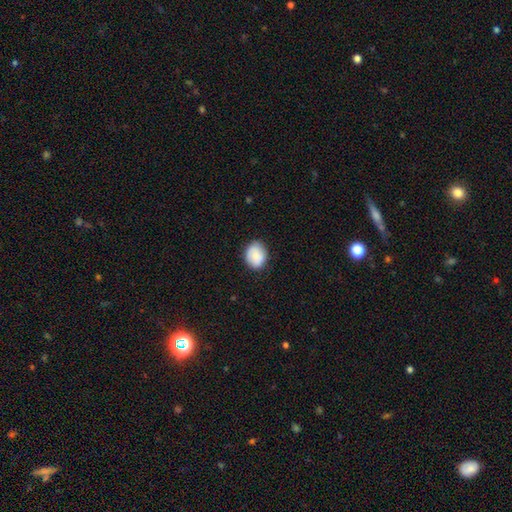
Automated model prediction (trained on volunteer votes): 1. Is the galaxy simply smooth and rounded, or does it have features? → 81% smooth, 12% featured or disk, 7% star or artifact.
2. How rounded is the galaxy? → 50% round, 49% in between, 1% cigar-shaped.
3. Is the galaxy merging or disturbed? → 82% none, 14% minor disturbance, 3% major disturbance, 1% merger.